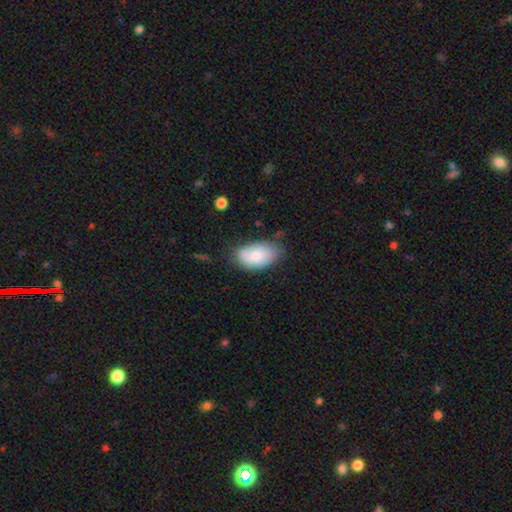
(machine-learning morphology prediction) A smooth galaxy with no disk features (70%) that is in between round and cigar-shaped (93%).

Vote fractions:
- Smooth or featured? smooth: 70% / featured or disk: 24% / star or artifact: 7%
- How rounded? in between: 93% / round: 5% / cigar-shaped: 1%
- Merging? none: 64% / minor disturbance: 27% / major disturbance: 7% / merger: 3%